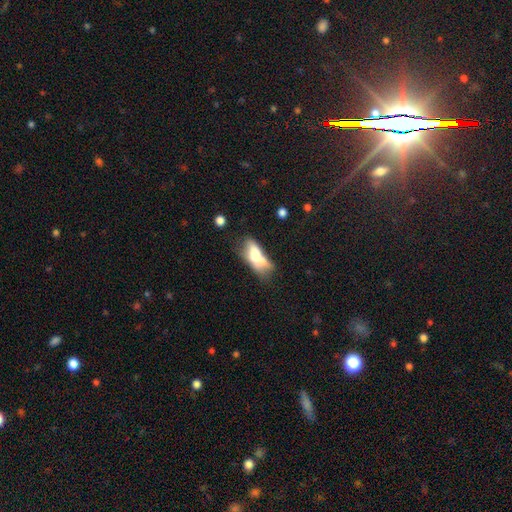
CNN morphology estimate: type=smooth (58%); roundness=in between (78%); merging=merger (42%).